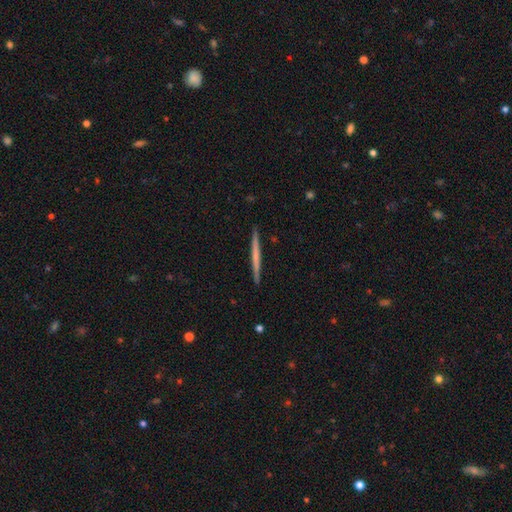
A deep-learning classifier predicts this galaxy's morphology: This is possibly a featured or disk galaxy (48%). Merging: clearly none (92%).